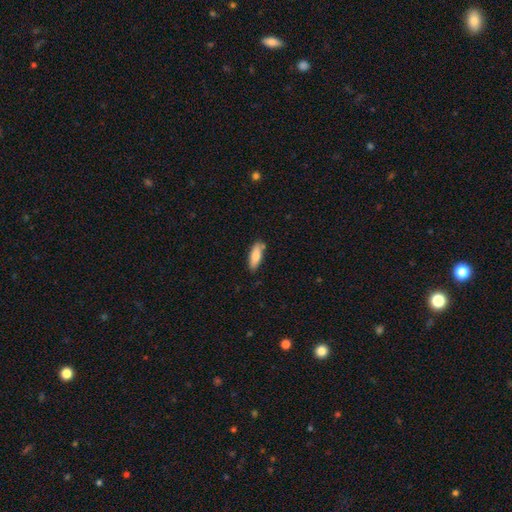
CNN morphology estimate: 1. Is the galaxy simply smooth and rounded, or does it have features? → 78% smooth, 16% featured or disk, 6% star or artifact.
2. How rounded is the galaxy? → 62% in between, 36% cigar-shaped, 2% round.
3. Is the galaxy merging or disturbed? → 77% none, 16% minor disturbance, 4% merger, 3% major disturbance.